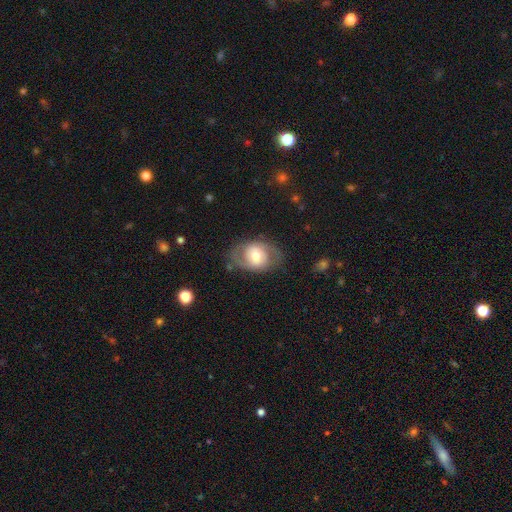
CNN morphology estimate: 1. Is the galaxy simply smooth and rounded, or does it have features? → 55% featured or disk, 38% smooth, 7% star or artifact.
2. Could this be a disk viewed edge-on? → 95% no, 5% yes.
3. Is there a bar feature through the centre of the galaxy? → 60% no, 30% weak, 10% strong.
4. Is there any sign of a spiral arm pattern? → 64% yes, 36% no.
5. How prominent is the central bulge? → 65% moderate, 17% small, 15% large, 2% dominant, 1% none.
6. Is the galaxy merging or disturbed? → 69% none, 18% minor disturbance, 11% major disturbance, 2% merger.